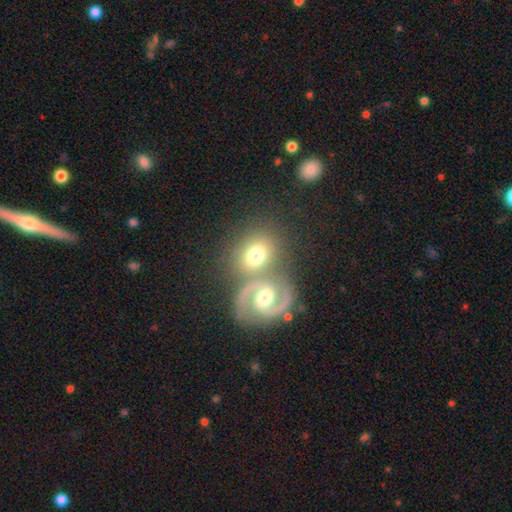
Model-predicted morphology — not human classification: A featured or disk galaxy (51%). Merging: none (44%).